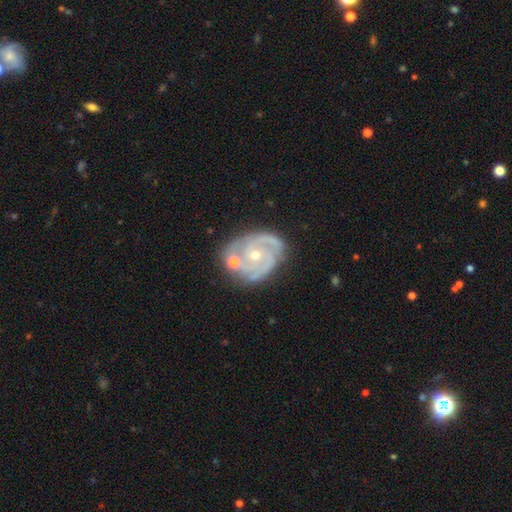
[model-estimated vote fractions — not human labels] Smooth or featured? Predicted: featured or disk (p=0.88). Edge-on disk? Predicted: no (p=0.98). Bar? Predicted: no (p=0.71). Spiral arms? Predicted: yes (p=0.97). Spiral winding? Predicted: tight (p=0.61). Spiral arm count? Predicted: 3 (p=0.42). Bulge size? Predicted: small (p=0.56). Merging? Predicted: none (p=0.61).